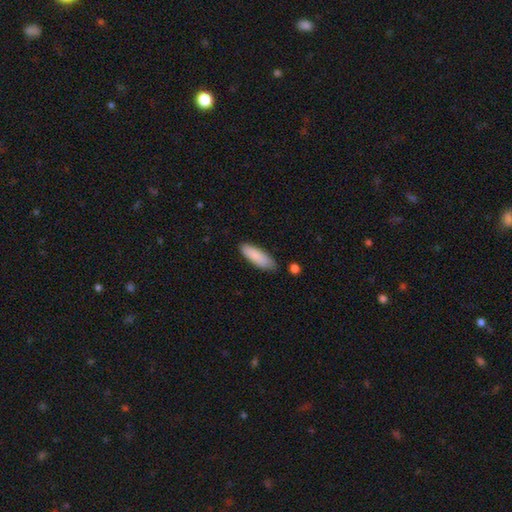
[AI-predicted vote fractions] A smooth galaxy with no disk features (86%) that is in between round and cigar-shaped (57%).

Vote fractions:
- Smooth or featured? smooth: 86% / featured or disk: 8% / star or artifact: 6%
- How rounded? in between: 57% / cigar-shaped: 41% / round: 1%
- Merging? none: 74% / minor disturbance: 20% / major disturbance: 3% / merger: 3%